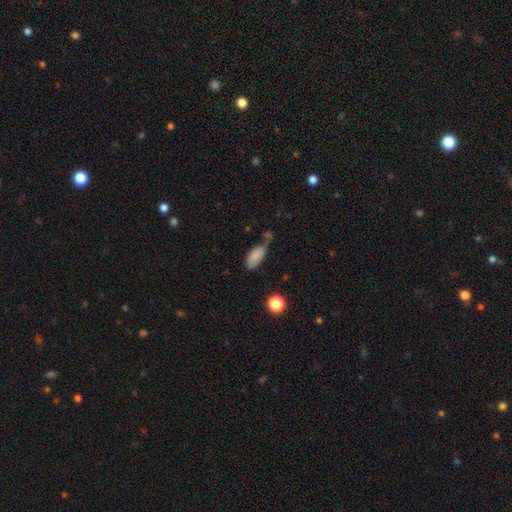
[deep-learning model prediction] This is clearly a smooth galaxy (83%). How rounded: clearly in between (89%). Merging: marginally none (39%).